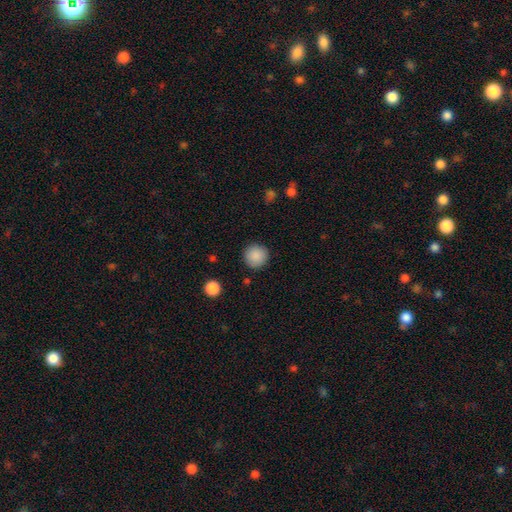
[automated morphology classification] This is clearly a smooth galaxy (89%). How rounded: clearly round (94%). Merging: clearly none (90%).